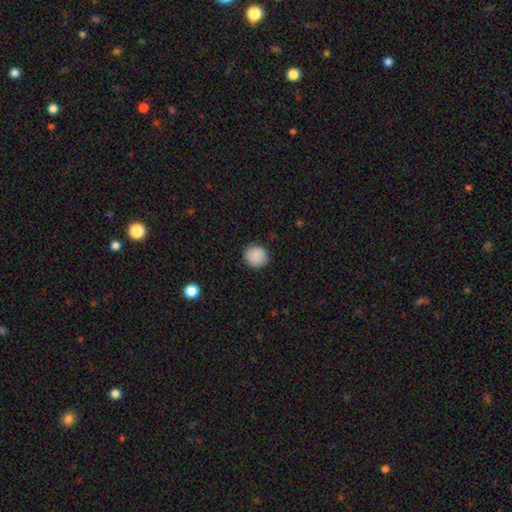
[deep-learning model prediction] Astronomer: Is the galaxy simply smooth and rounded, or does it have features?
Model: smooth — 89%.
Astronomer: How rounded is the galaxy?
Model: round — 93%.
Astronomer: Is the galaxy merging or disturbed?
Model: none — 90%.